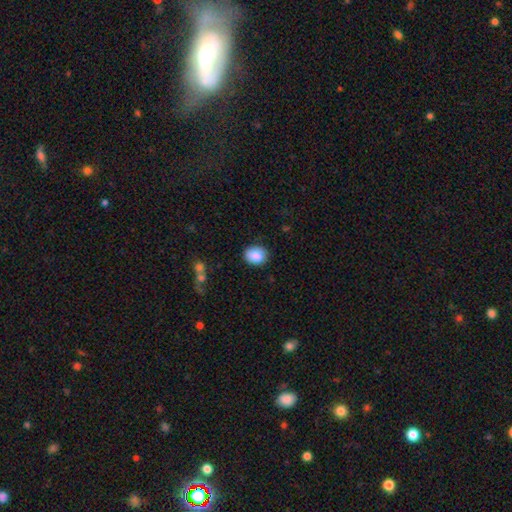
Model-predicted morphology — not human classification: type=smooth (86%); roundness=in between (51%); merging=none (83%).